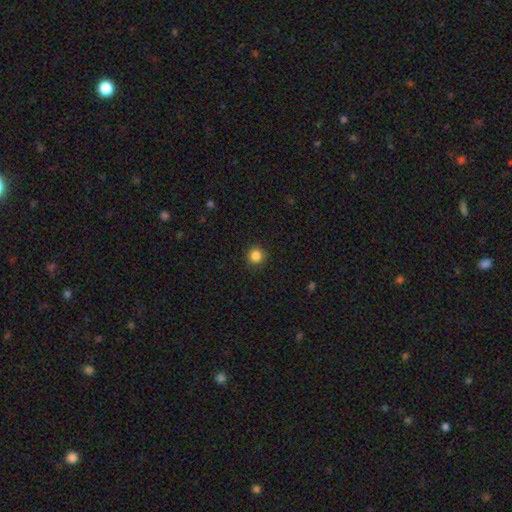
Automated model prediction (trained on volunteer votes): A smooth galaxy with no disk features (85%) that is round (95%).

Vote fractions:
- Smooth or featured? smooth: 85% / star or artifact: 12% / featured or disk: 4%
- How rounded? round: 95% / in between: 4% / cigar-shaped: 1%
- Merging? none: 90% / minor disturbance: 7% / major disturbance: 2% / merger: 1%